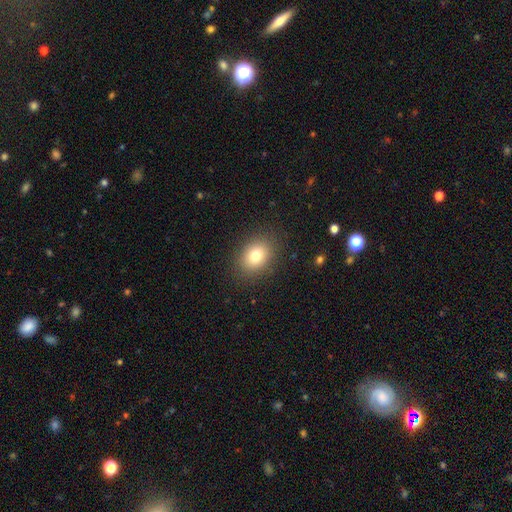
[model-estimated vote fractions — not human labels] Smooth or featured? Predicted: smooth (p=0.79). How rounded? Predicted: in between (p=0.63). Merging? Predicted: none (p=0.87).